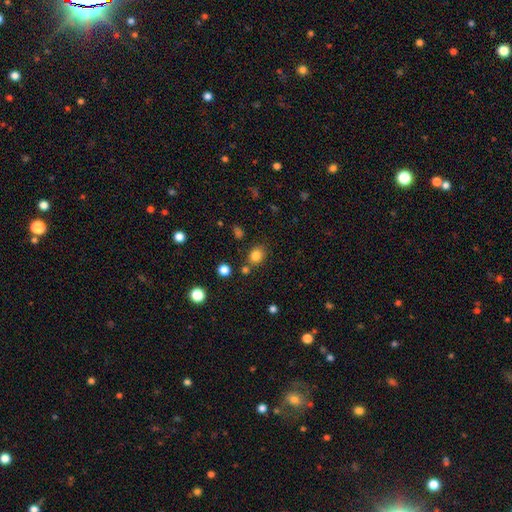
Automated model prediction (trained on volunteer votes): The model was most divided on "how rounded": round: 63%, in between: 36%, cigar-shaped: 1%. More confident: smooth or featured — smooth (81%); merging — none (75%).